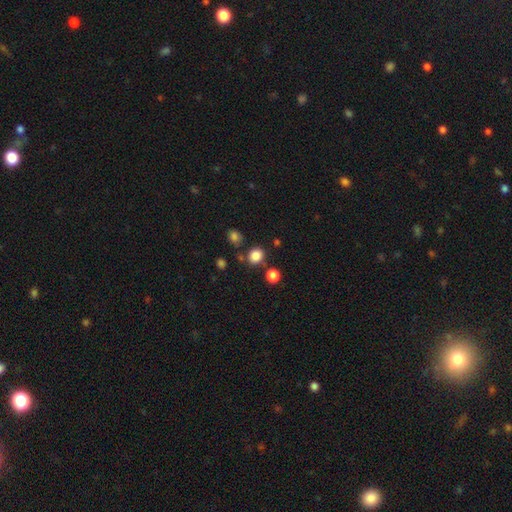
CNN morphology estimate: Smooth or featured? Predicted: smooth (p=0.83). How rounded? Predicted: round (p=0.75). Merging? Predicted: none (p=0.78).